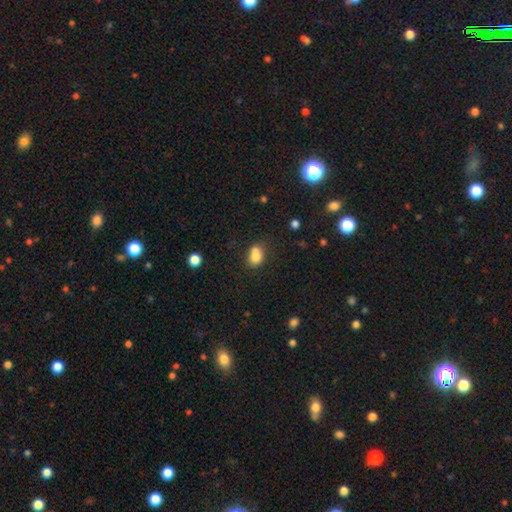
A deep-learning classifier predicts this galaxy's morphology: Smooth or featured? smooth (77%)
How rounded? in between (64%)
Merging? merger (37%, tied with none)